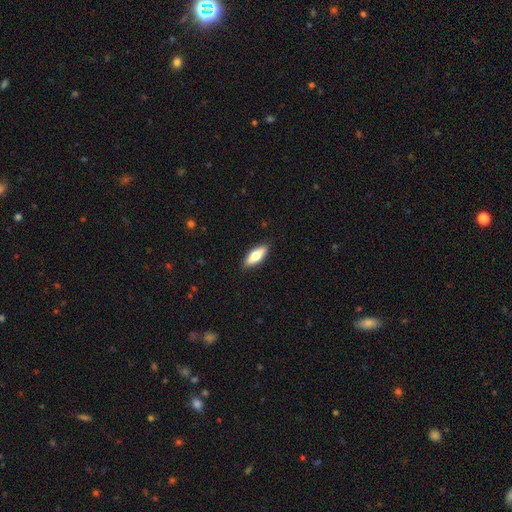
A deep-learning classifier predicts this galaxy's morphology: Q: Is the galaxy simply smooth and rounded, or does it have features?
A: smooth — 62%.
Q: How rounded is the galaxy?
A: in between — 64%.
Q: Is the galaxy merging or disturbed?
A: none — 89%.